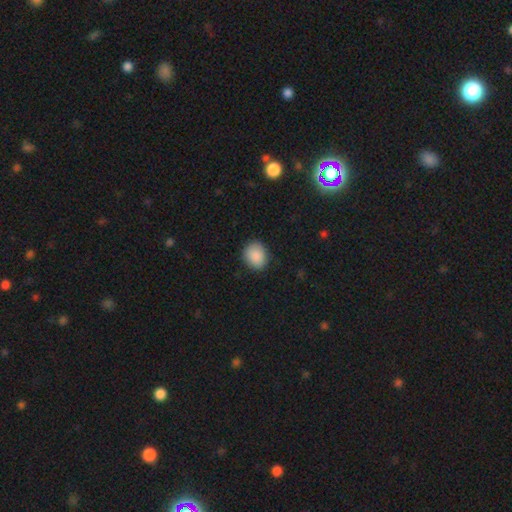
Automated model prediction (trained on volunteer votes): Smooth or featured? smooth (89%)
How rounded? round (66%)
Merging? none (86%)